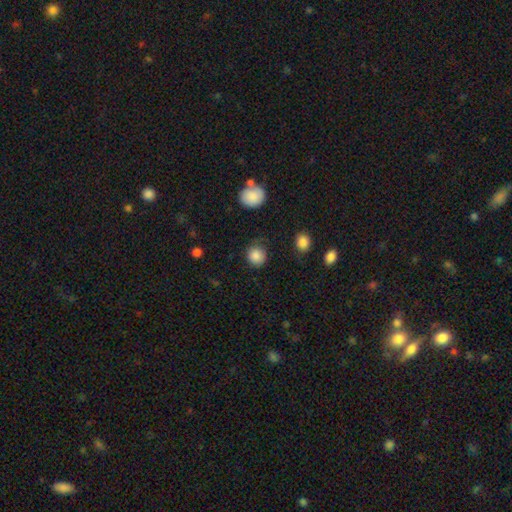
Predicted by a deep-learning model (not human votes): Smooth or featured?
  - smooth: 86% *
  - star or artifact: 9%
  - featured or disk: 5%
How rounded?
  - round: 89% *
  - in between: 10%
  - cigar-shaped: 1%
Merging?
  - none: 80% *
  - minor disturbance: 14%
  - major disturbance: 4%
  - merger: 2%